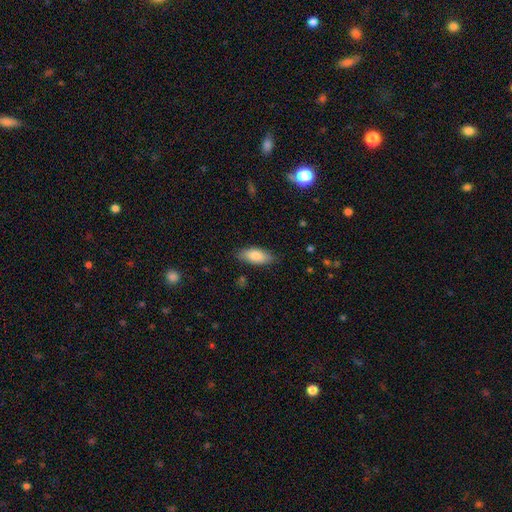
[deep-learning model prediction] Smooth or featured: smooth — 84% (featured or disk — 10%)
How rounded: in between — 82% (cigar-shaped — 16%)
Merging: none — 82% (minor disturbance — 13%)